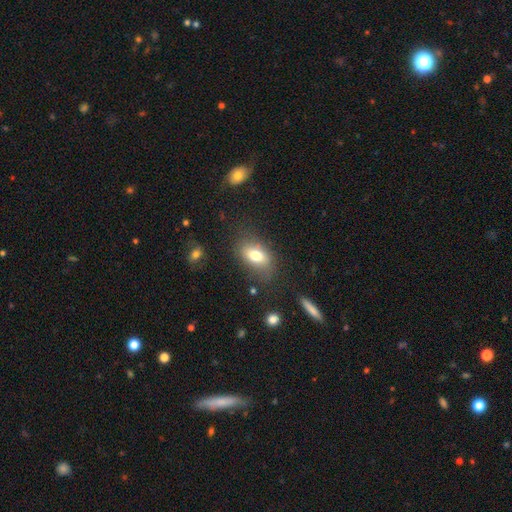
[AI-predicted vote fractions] This appears to be a smooth galaxy with no disk features (75%) that is in between round and cigar-shaped (87%). Merging: none (72%).